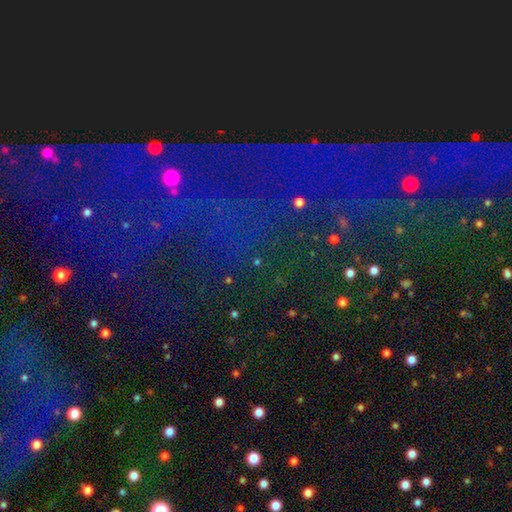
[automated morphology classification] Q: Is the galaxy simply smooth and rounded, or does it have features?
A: star or artifact — 78%.